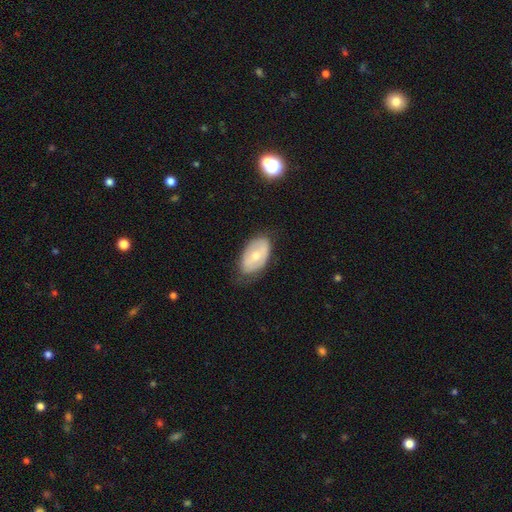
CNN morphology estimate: The model was most divided on "smooth or featured": smooth: 54%, featured or disk: 40%, star or artifact: 6%. More confident: how rounded — in between (91%); merging — none (65%).